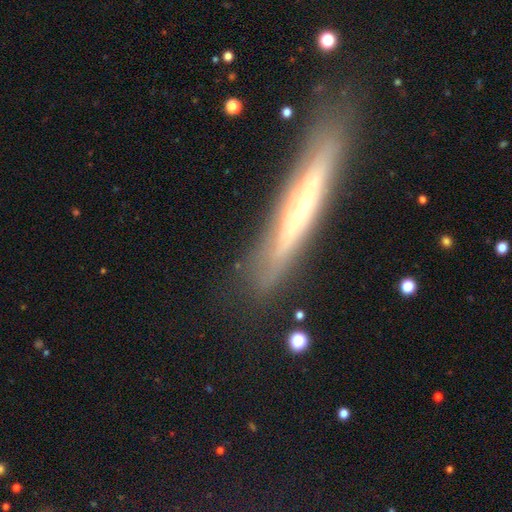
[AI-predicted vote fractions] A featured or disk galaxy (66%) viewed edge-on (86%) with a rounded central bulge (56%). Merging: none (84%).